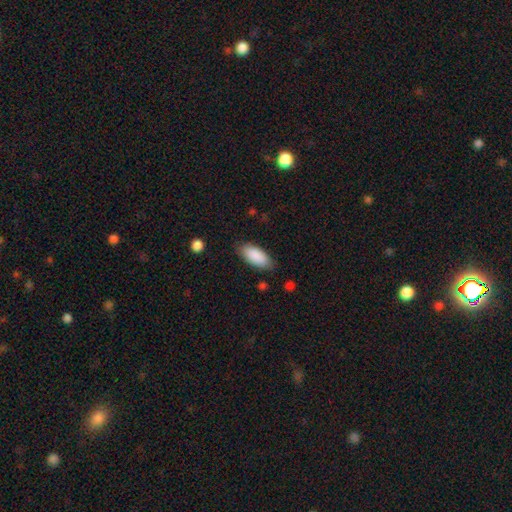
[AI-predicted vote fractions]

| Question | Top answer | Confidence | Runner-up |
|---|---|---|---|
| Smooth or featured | smooth | 89% | star or artifact (6%) |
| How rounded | in between | 88% | cigar-shaped (10%) |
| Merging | none | 83% | minor disturbance (13%) |